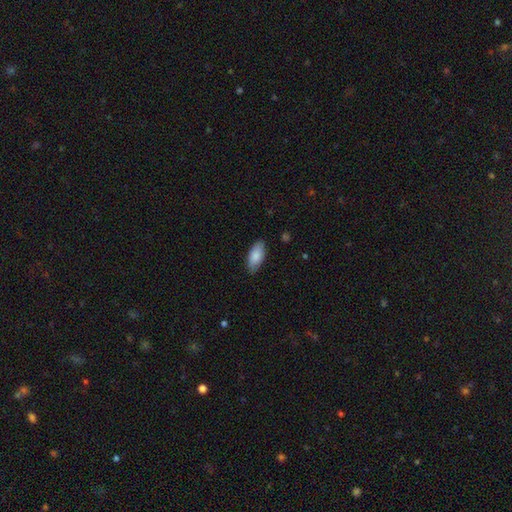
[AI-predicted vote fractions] Smooth or featured: smooth — 86% (featured or disk — 9%)
How rounded: in between — 89% (cigar-shaped — 9%)
Merging: none — 84% (minor disturbance — 13%)